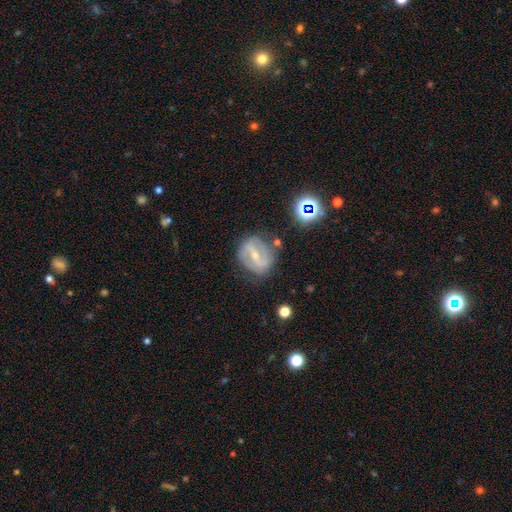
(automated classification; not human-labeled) Overall: featured or disk (73%). Edge-on disk: no (95%). Bar: strong (54%; weak 33%). Spiral arms: yes (77%). Spiral arm count: 2 (82%). Spiral winding: medium (43%; loose 28%). Bulge size: small (60%; moderate 36%). Merging: none (72%).